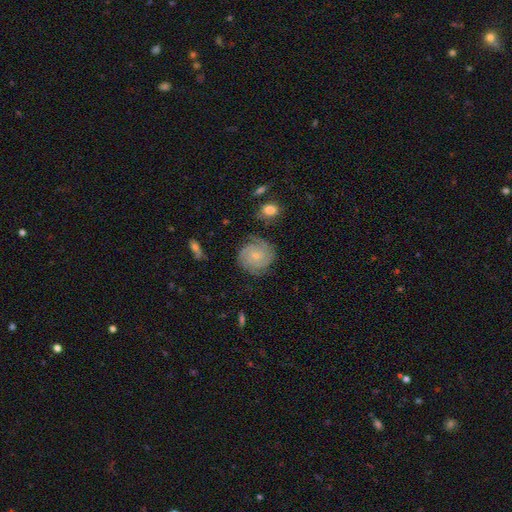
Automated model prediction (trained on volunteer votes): smooth-or-featured: featured or disk: 79% | smooth: 14% | star or artifact: 7%
  disk-edge-on: no: 98% | yes: 2%
    bar: no: 76% | weak: 21% | strong: 4%
    has-spiral-arms: yes: 97% | no: 3%
      spiral-winding: tight: 73% | medium: 22% | loose: 4%
      spiral-arm-count: 3: 32% | can't tell: 20% | 2: 19% | 4: 16% | more than 4: 6% | 1: 6%
    bulge-size: small: 75% | moderate: 17% | none: 5% | large: 1% | dominant: 1%
  merging: none: 80% | minor disturbance: 14% | major disturbance: 5% | merger: 1%